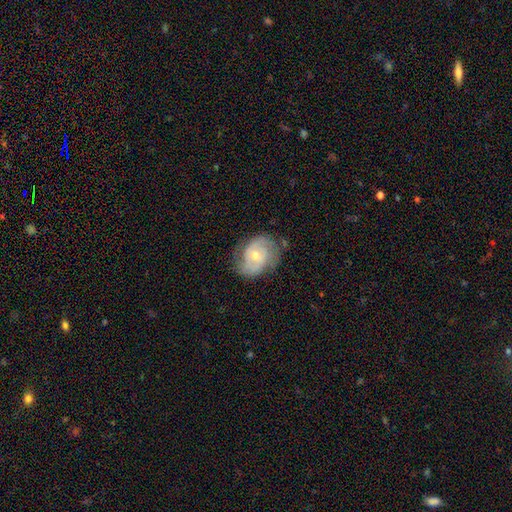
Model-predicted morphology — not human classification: Smooth or featured?
  - featured or disk: 71% *
  - smooth: 23%
  - star or artifact: 6%
Edge-on disk?
  - no: 97% *
  - yes: 3%
Bar?
  - no: 60% *
  - weak: 34%
  - strong: 7%
Spiral arms?
  - yes: 87% *
  - no: 13%
Spiral winding?
  - tight: 43% *
  - medium: 41%
  - loose: 16%
Spiral arm count?
  - 2: 66% *
  - can't tell: 19%
  - 3: 7%
  - 1: 4%
  - 4: 2%
  - more than 4: 2%
Bulge size?
  - moderate: 55% *
  - small: 41%
  - large: 2%
  - none: 1%
  - dominant: 1%
Merging?
  - none: 64% *
  - minor disturbance: 25%
  - major disturbance: 9%
  - merger: 2%